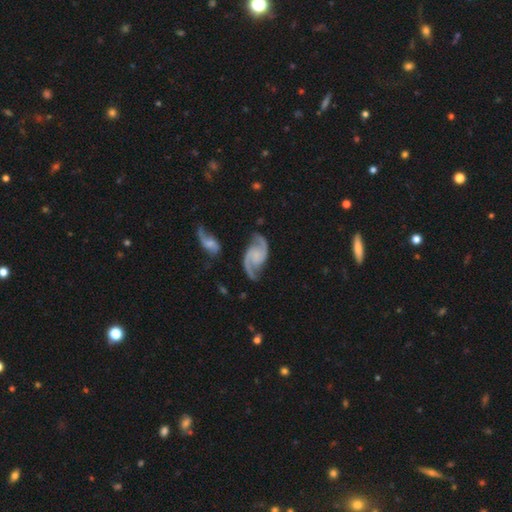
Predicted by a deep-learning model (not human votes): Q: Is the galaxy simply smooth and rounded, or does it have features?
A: featured or disk — 91%.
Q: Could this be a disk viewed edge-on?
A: no — 98%.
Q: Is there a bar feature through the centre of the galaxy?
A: no — 58%.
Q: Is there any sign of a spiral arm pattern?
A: yes — 98%.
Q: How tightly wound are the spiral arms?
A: medium — 50%.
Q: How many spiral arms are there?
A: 2 — 94%.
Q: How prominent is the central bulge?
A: none — 51%.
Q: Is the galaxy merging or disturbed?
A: none — 74%.